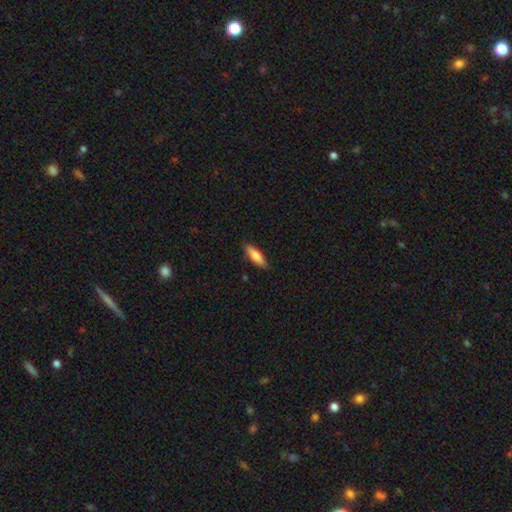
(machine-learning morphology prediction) Smooth or featured: smooth — 76% (featured or disk — 18%)
How rounded: cigar-shaped — 53% (in between — 46%)
Merging: none — 85% (minor disturbance — 12%)